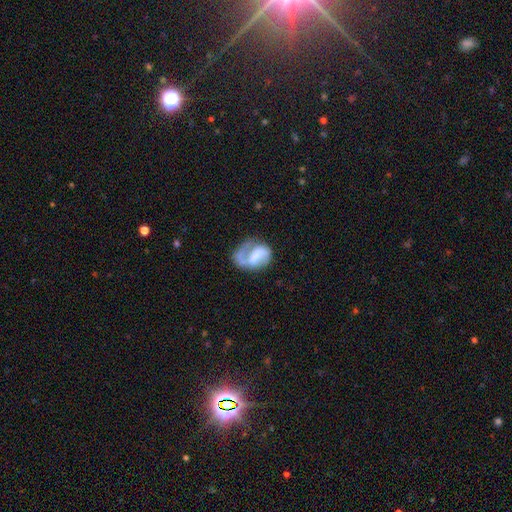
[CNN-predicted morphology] Smooth or featured? featured or disk (73%)
Edge-on disk? no (98%)
Bar? weak (46%)
Spiral arms? yes (86%)
Spiral winding? medium (45%)
Spiral arm count? 2 (69%)
Bulge size? moderate (35%)
Merging? none (49%)